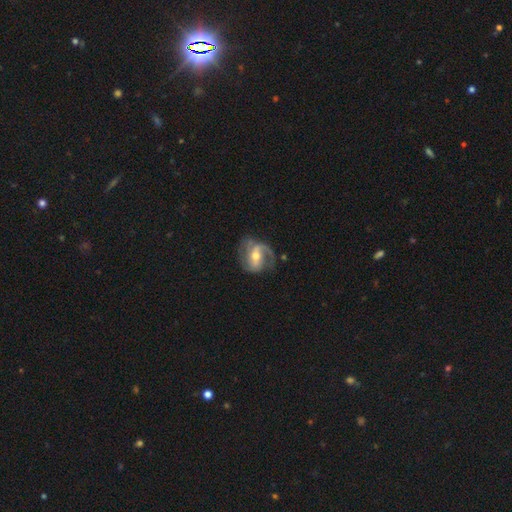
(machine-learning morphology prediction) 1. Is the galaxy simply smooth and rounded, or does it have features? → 81% featured or disk, 14% smooth, 5% star or artifact.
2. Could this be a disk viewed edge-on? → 97% no, 3% yes.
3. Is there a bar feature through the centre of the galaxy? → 43% weak, 36% strong, 21% no.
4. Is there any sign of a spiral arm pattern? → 92% yes, 8% no.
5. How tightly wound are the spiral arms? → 47% medium, 32% loose, 21% tight.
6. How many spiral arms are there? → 68% 2, 18% 1, 7% can't tell, 4% 3, 1% 4, 1% more than 4.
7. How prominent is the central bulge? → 64% moderate, 28% small, 5% large, 1% none, 1% dominant.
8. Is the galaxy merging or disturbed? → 59% none, 22% minor disturbance, 17% major disturbance, 2% merger.